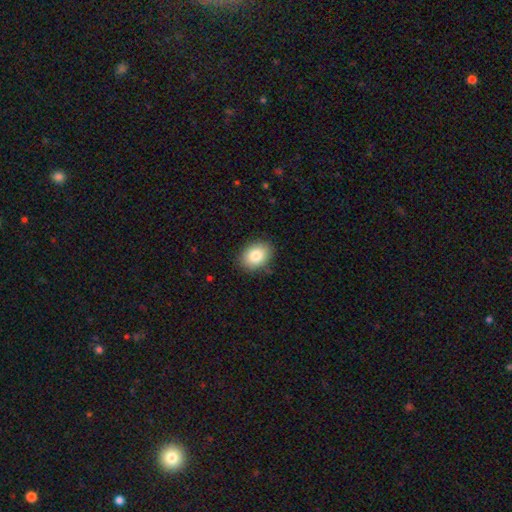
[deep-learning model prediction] Smooth or featured?
  - smooth: 84% *
  - featured or disk: 9%
  - star or artifact: 8%
How rounded?
  - in between: 72% *
  - round: 27%
  - cigar-shaped: 1%
Merging?
  - none: 86% *
  - minor disturbance: 11%
  - major disturbance: 2%
  - merger: 1%